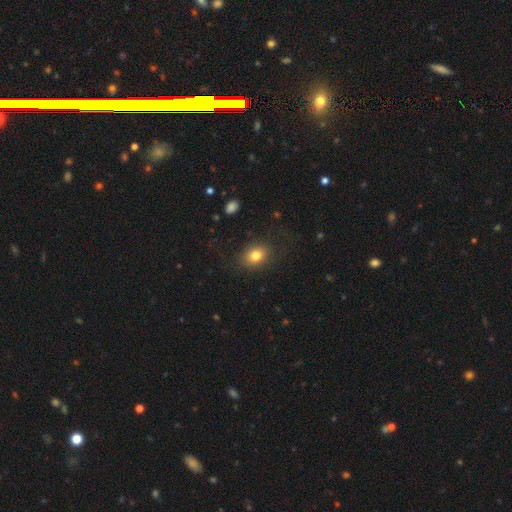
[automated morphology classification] Overall: smooth (80%). How rounded: in between (58%; round 41%). Merging: none (80%).